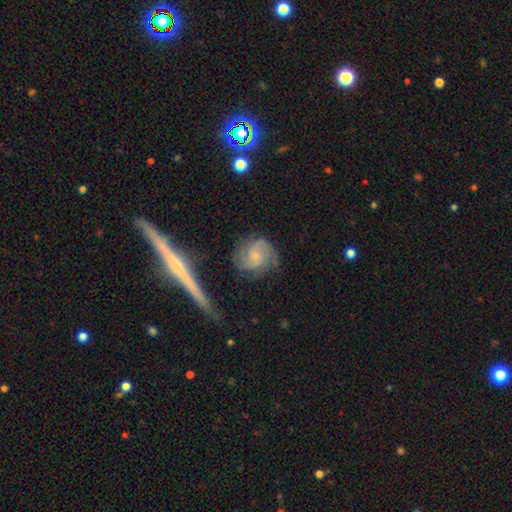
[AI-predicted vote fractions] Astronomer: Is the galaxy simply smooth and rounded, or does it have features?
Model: featured or disk — 80%.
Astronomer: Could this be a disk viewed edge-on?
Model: no — 97%.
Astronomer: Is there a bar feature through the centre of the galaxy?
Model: no — 65%.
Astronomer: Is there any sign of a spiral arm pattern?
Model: yes — 96%.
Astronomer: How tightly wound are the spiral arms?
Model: medium — 46% (runner-up: tight, 40%).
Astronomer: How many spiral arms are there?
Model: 2 — 59%.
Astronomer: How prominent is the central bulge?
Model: small — 66%.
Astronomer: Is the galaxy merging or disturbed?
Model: none — 71%.